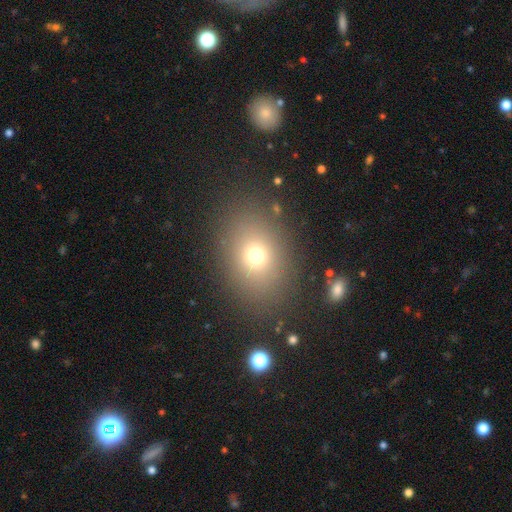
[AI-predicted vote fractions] A smooth galaxy with no disk features (71%) that is in between round and cigar-shaped (60%). Merging: none (84%).